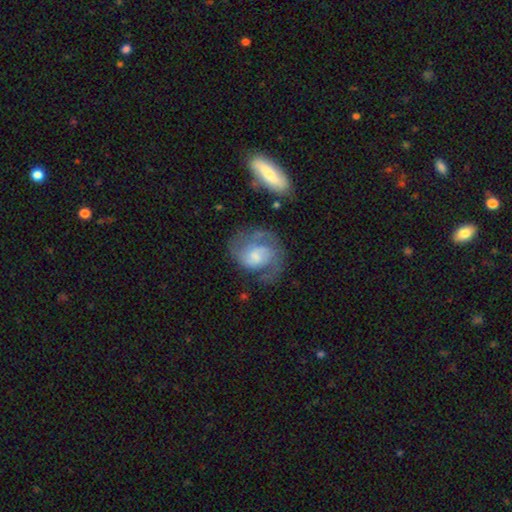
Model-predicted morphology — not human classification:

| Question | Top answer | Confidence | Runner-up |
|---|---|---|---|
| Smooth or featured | featured or disk | 73% | smooth (20%) |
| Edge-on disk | no | 97% | yes (3%) |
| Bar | no | 57% | weak (35%) |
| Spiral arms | yes | 90% | no (10%) |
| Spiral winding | medium | 47% | tight (34%) |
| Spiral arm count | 2 | 68% | can't tell (14%) |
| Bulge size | small | 43% | moderate (32%) |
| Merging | none | 55% | minor disturbance (21%) |